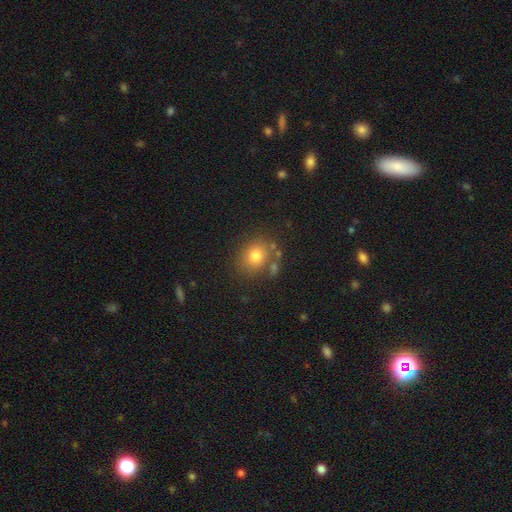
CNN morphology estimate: Smooth or featured? smooth (77%)
How rounded? round (63%)
Merging? none (74%)